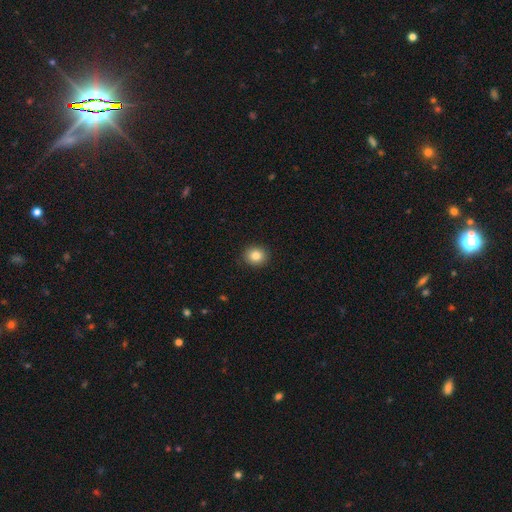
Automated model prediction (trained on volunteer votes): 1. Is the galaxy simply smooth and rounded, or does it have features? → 84% smooth, 10% star or artifact, 6% featured or disk.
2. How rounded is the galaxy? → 80% round, 19% in between, 1% cigar-shaped.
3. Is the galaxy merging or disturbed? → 91% none, 6% minor disturbance, 2% major disturbance, 1% merger.